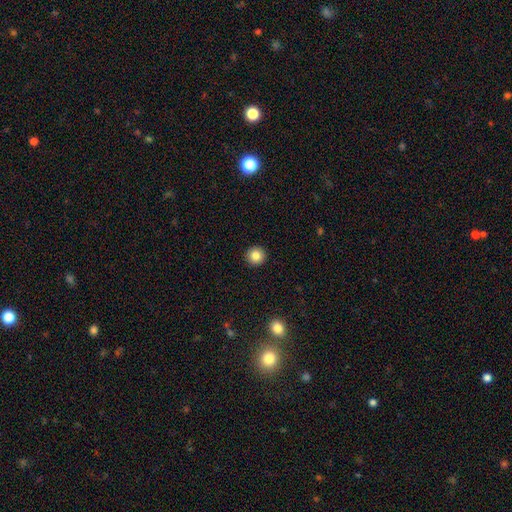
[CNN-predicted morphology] This is clearly a smooth galaxy (84%). How rounded: clearly round (95%). Merging: clearly none (93%).